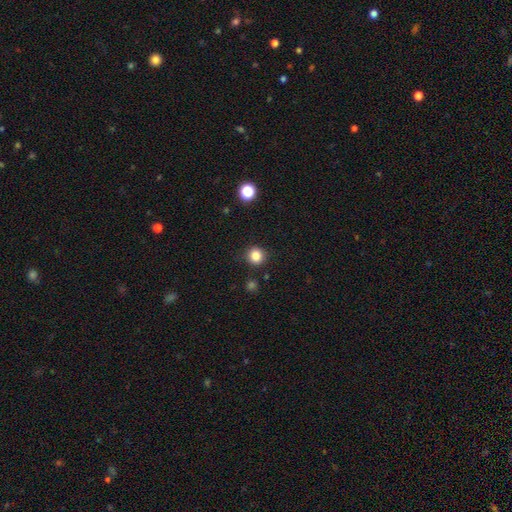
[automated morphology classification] Overall: smooth (84%). How rounded: round (91%). Merging: none (89%).